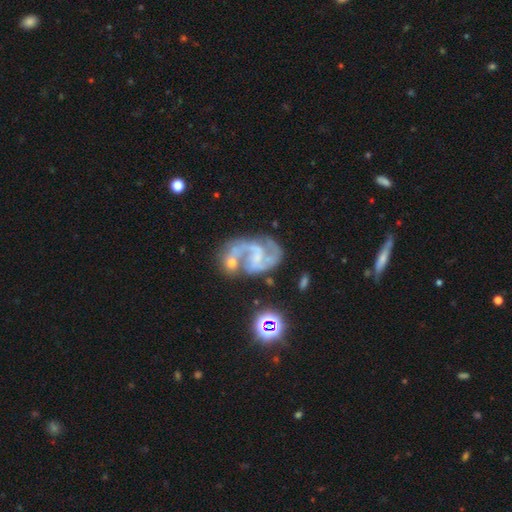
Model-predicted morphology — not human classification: Smooth or featured?
  - featured or disk: 86% *
  - star or artifact: 8%
  - smooth: 6%
Edge-on disk?
  - no: 98% *
  - yes: 2%
Bar?
  - weak: 46% *
  - no: 35%
  - strong: 20%
Spiral arms?
  - yes: 95% *
  - no: 5%
Spiral winding?
  - medium: 53% *
  - loose: 33%
  - tight: 14%
Spiral arm count?
  - 2: 85% *
  - can't tell: 4%
  - 3: 4%
  - 1: 4%
  - 4: 2%
  - more than 4: 2%
Bulge size?
  - small: 45% *
  - none: 38%
  - moderate: 13%
  - large: 2%
  - dominant: 1%
Merging?
  - none: 43% *
  - merger: 22%
  - minor disturbance: 18%
  - major disturbance: 17%